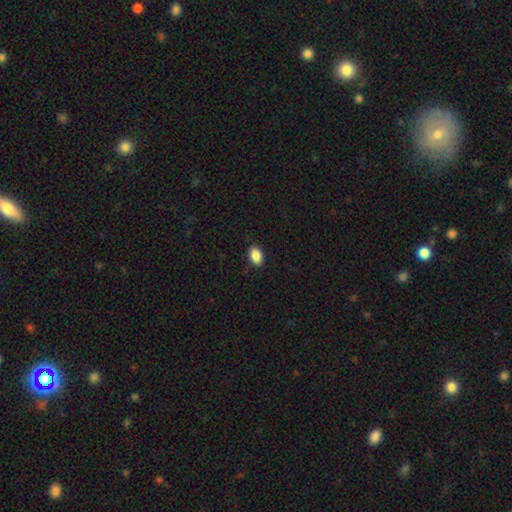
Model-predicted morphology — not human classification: Smooth or featured: smooth — 87% (star or artifact — 8%)
How rounded: in between — 87% (round — 12%)
Merging: none — 87% (minor disturbance — 10%)